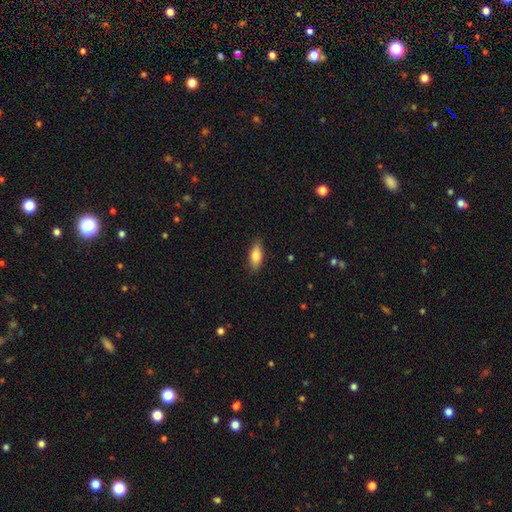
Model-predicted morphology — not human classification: This appears to be a smooth galaxy with no disk features (80%) that is in between round and cigar-shaped (79%). Merging: none (84%).